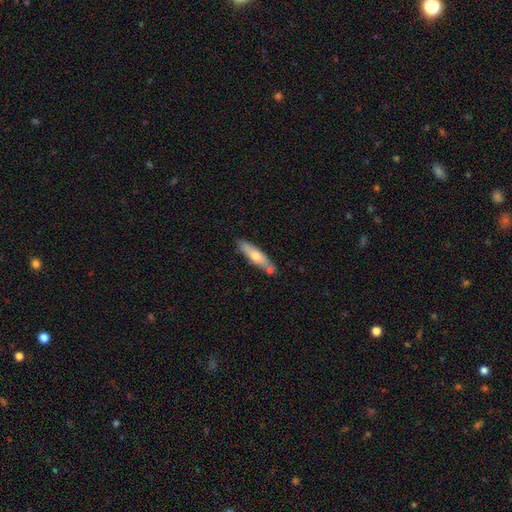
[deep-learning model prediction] A smooth galaxy with no disk features (61%) that is cigar-shaped (76%). Merging: none (68%).